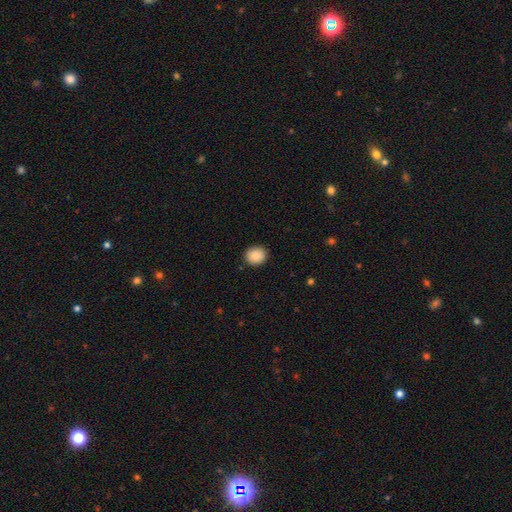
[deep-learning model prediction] smooth 89%, star or artifact 8%, featured or disk 3%. Down the decision tree: how rounded — round (75%); merging — none (90%).